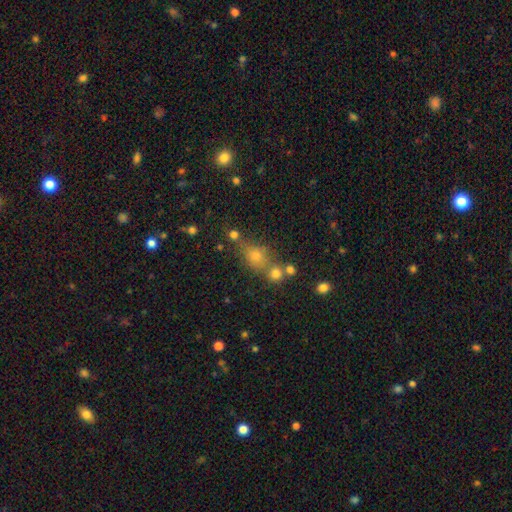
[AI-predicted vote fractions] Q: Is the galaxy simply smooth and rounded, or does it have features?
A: smooth — 70%.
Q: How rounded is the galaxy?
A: round — 57%.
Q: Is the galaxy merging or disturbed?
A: none — 49%.